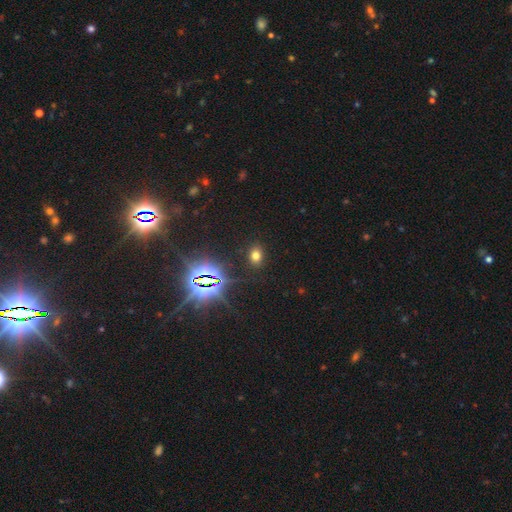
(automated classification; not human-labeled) A smooth galaxy with no disk features (64%) that is in between round and cigar-shaped (63%).

Vote fractions:
- Smooth or featured? smooth: 64% / star or artifact: 28% / featured or disk: 7%
- How rounded? in between: 63% / round: 36% / cigar-shaped: 1%
- Merging? none: 87% / minor disturbance: 8% / major disturbance: 3% / merger: 2%